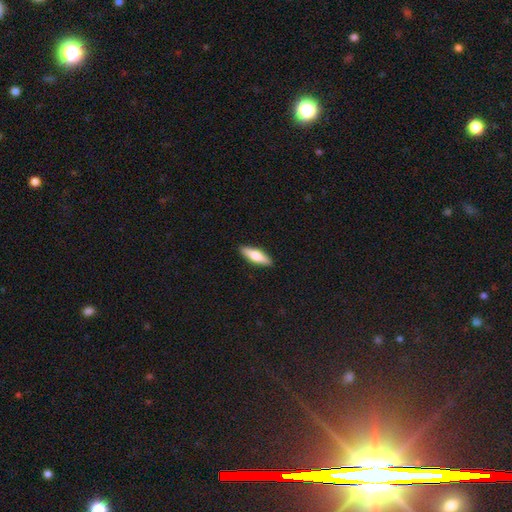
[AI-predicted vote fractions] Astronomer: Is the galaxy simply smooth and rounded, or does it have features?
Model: smooth — 58% (runner-up: featured or disk, 37%).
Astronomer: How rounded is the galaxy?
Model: cigar-shaped — 59% (runner-up: in between, 39%).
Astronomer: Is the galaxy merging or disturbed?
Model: none — 91%.